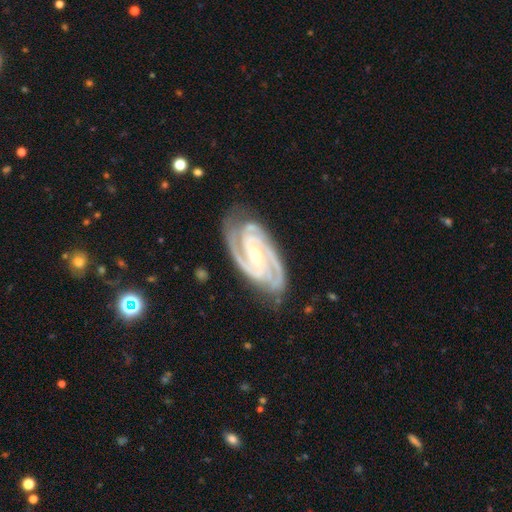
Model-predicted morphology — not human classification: A featured or disk galaxy (94%) with no bar (35%), 2 (56%) tight (68%) spiral arms (99%) and a small central bulge (65%). Merging: none (77%).